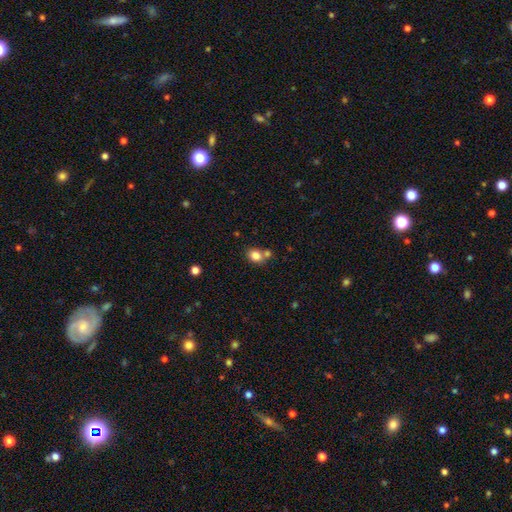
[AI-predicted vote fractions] Q: Smooth or featured?
A: smooth (82%); runner-up: star or artifact (10%)
Q: How rounded?
A: round (50%); runner-up: in between (49%)
Q: Merging?
A: none (55%); runner-up: merger (30%)